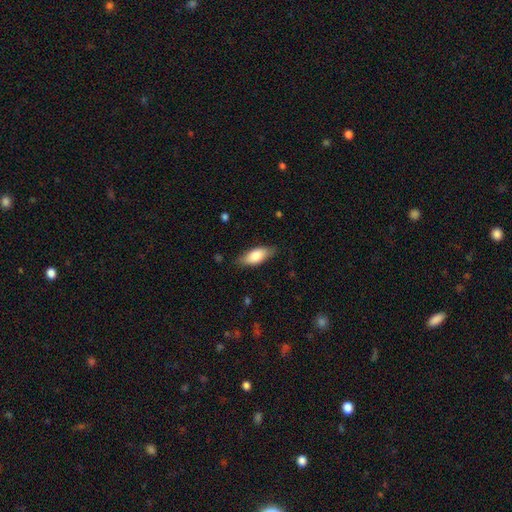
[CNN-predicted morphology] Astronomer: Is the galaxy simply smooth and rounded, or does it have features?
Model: smooth — 79%.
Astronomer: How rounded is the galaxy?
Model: in between — 81%.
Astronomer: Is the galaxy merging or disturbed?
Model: none — 80%.